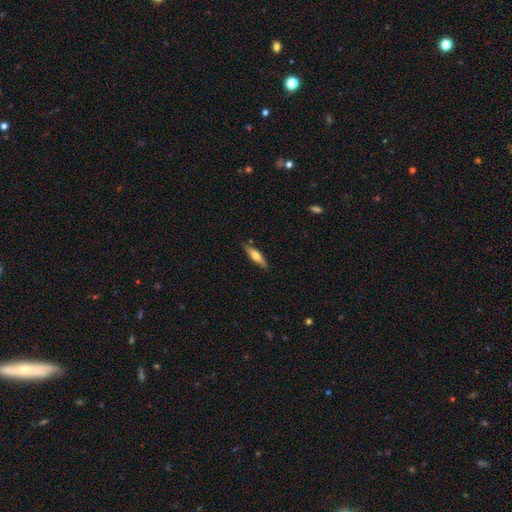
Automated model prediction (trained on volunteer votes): Overall: smooth (55%; featured or disk 40%). How rounded: cigar-shaped (68%; in between 30%). Merging: none (84%).